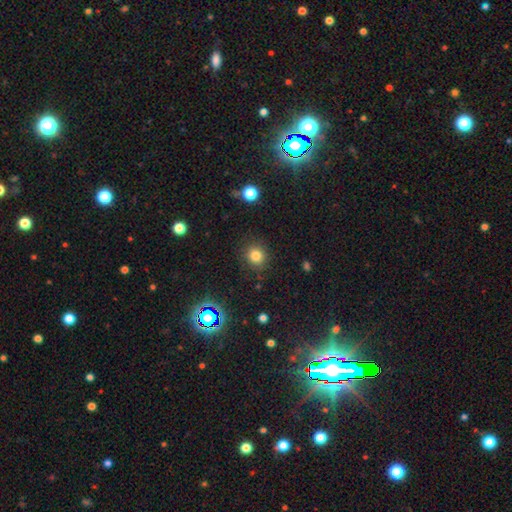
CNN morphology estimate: Overall: smooth (80%). How rounded: round (86%). Merging: none (86%).